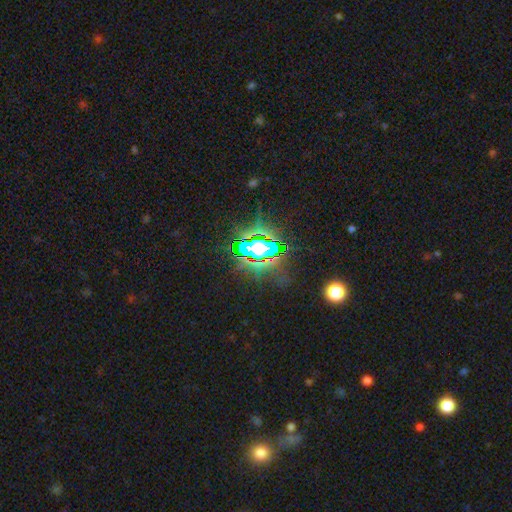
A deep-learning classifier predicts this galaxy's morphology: smooth-or-featured: star or artifact: 70% | smooth: 16% | featured or disk: 14%